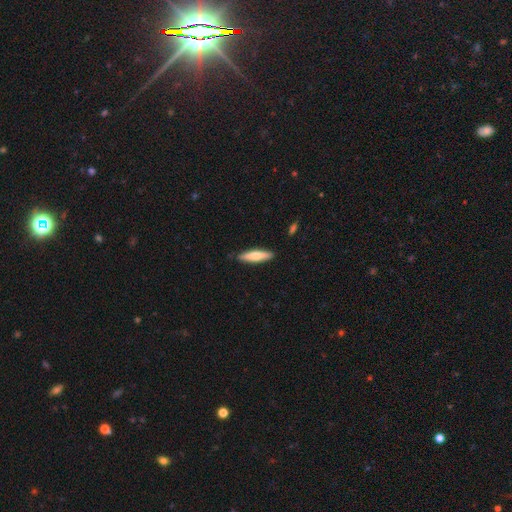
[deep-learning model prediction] Q: Smooth or featured?
A: smooth (71%); runner-up: featured or disk (24%)
Q: How rounded?
A: cigar-shaped (77%); runner-up: in between (21%)
Q: Merging?
A: none (87%); runner-up: minor disturbance (10%)